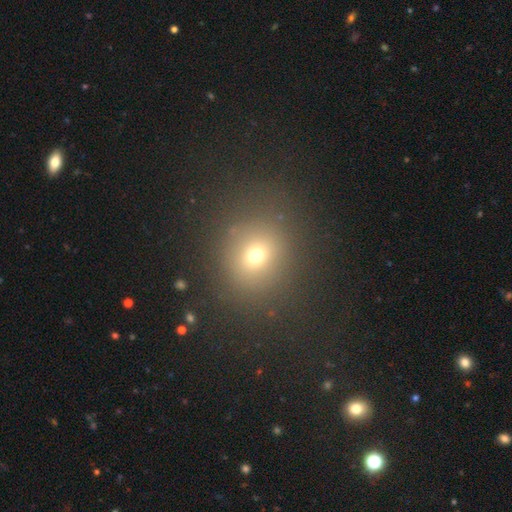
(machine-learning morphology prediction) type=smooth (68%); roundness=round (78%); merging=none (81%).